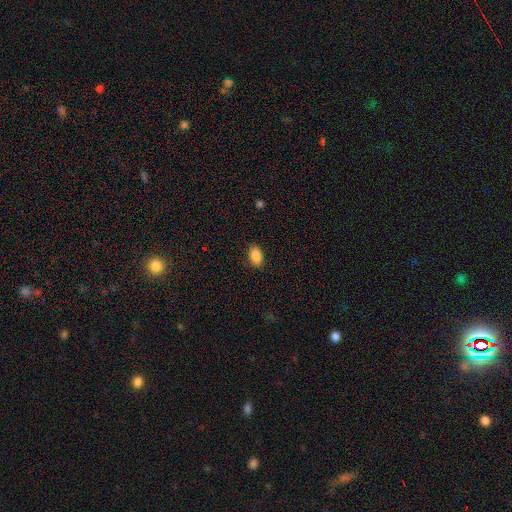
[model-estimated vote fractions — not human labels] The model was most divided on "merging": none: 87%, minor disturbance: 10%, major disturbance: 2%, merger: 1%. More confident: how rounded — in between (89%); smooth or featured — smooth (88%).